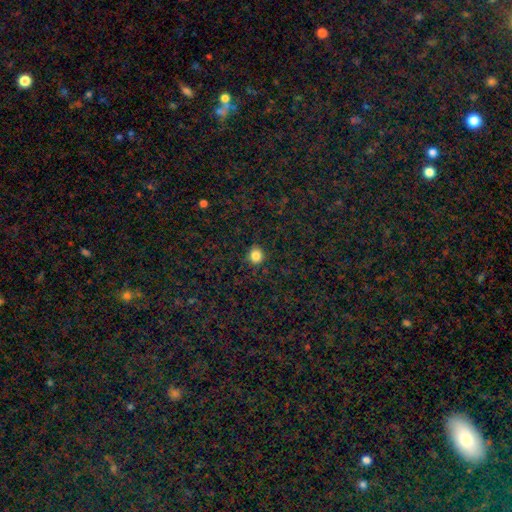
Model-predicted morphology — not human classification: Smooth or featured?
  - smooth: 79% *
  - star or artifact: 16%
  - featured or disk: 5%
How rounded?
  - round: 86% *
  - in between: 13%
  - cigar-shaped: 1%
Merging?
  - none: 86% *
  - minor disturbance: 10%
  - major disturbance: 3%
  - merger: 1%